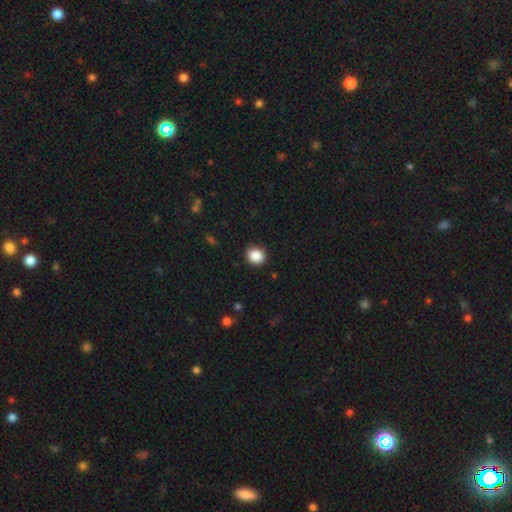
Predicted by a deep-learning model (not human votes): Smooth or featured?
  - smooth: 87% *
  - star or artifact: 9%
  - featured or disk: 3%
How rounded?
  - round: 76% *
  - in between: 24%
  - cigar-shaped: 1%
Merging?
  - none: 89% *
  - minor disturbance: 8%
  - major disturbance: 2%
  - merger: 1%